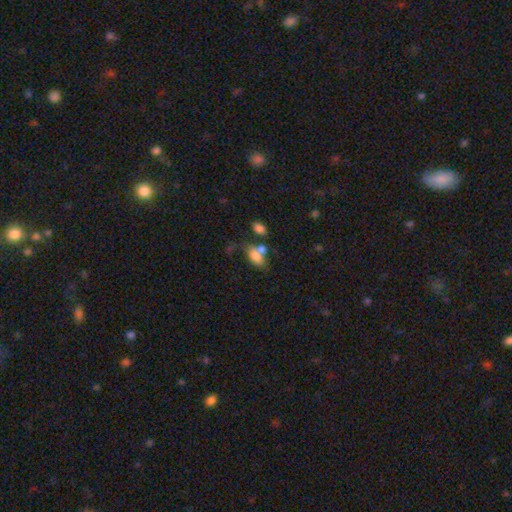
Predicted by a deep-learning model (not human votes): Morphology: type=smooth (75%); roundness=in between (87%); merging=merger (38%).